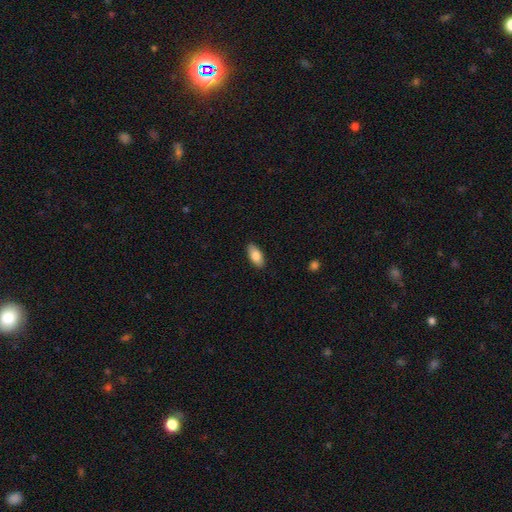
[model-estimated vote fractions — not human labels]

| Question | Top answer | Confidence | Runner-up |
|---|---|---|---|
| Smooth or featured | smooth | 83% | featured or disk (10%) |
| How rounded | in between | 91% | cigar-shaped (7%) |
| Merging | none | 88% | minor disturbance (9%) |